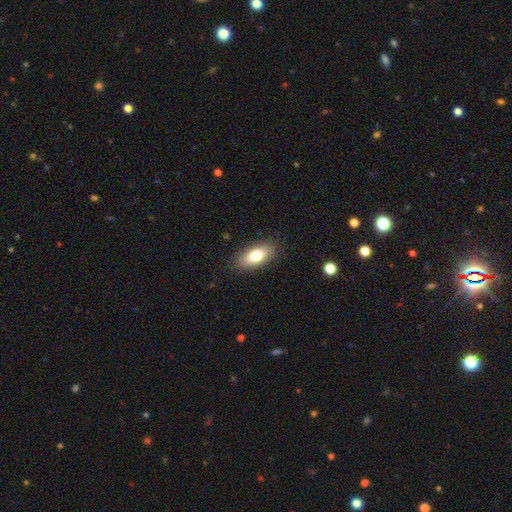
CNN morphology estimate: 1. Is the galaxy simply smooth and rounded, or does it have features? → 74% smooth, 19% featured or disk, 7% star or artifact.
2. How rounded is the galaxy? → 87% in between, 9% cigar-shaped, 4% round.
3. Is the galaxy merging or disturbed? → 87% none, 10% minor disturbance, 2% major disturbance, 1% merger.